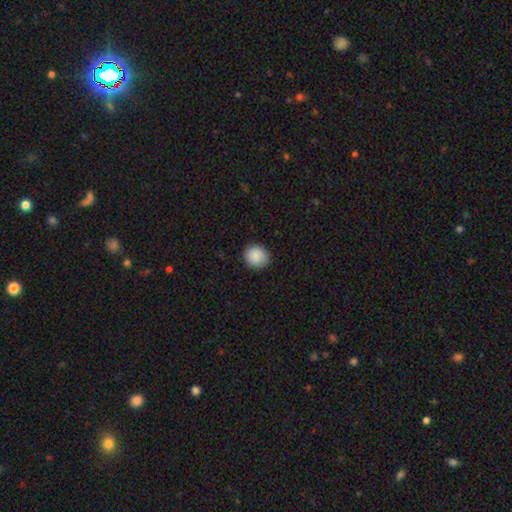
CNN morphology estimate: Smooth or featured: smooth — 89% (star or artifact — 8%)
How rounded: round — 88% (in between — 11%)
Merging: none — 89% (minor disturbance — 8%)